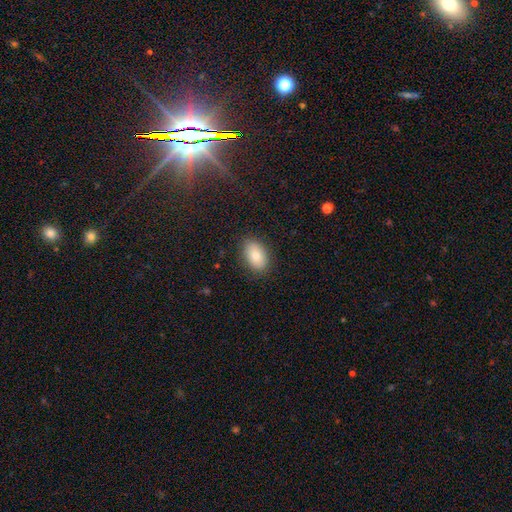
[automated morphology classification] Smooth or featured? Predicted: smooth (p=0.80). How rounded? Predicted: in between (p=0.89). Merging? Predicted: none (p=0.84).